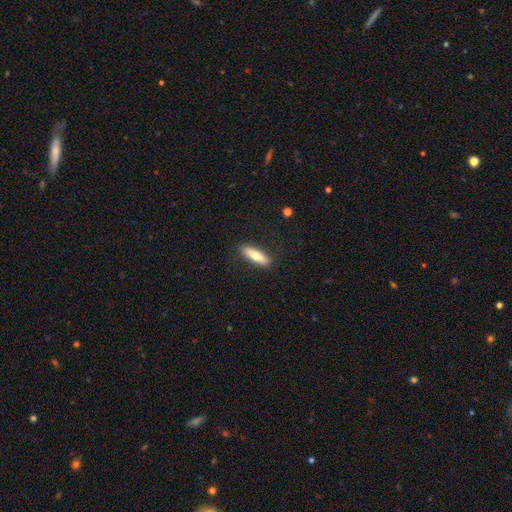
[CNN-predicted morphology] Smooth or featured?
  - smooth: 64% *
  - featured or disk: 30%
  - star or artifact: 6%
How rounded?
  - cigar-shaped: 63% *
  - in between: 35%
  - round: 2%
Merging?
  - none: 87% *
  - minor disturbance: 9%
  - major disturbance: 2%
  - merger: 1%